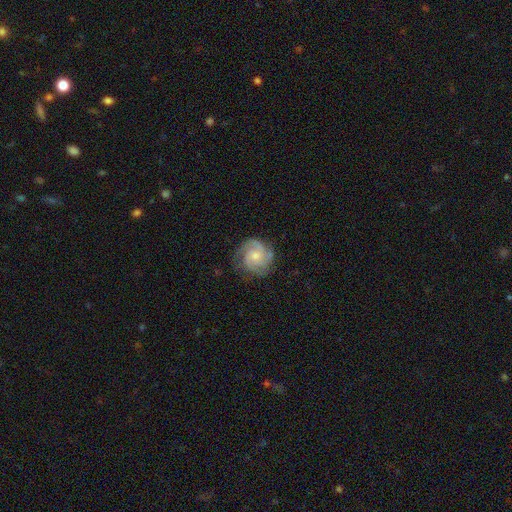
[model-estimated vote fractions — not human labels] smooth-or-featured: featured or disk: 84% | smooth: 11% | star or artifact: 5%
  disk-edge-on: no: 98% | yes: 2%
    bar: no: 71% | weak: 26% | strong: 3%
    has-spiral-arms: yes: 97% | no: 3%
      spiral-winding: tight: 54% | medium: 39% | loose: 7%
      spiral-arm-count: 3: 46% | 2: 28% | can't tell: 11% | 4: 7% | 1: 4% | more than 4: 4%
    bulge-size: small: 57% | moderate: 35% | none: 5% | large: 2% | dominant: 1%
  merging: none: 76% | minor disturbance: 17% | major disturbance: 6% | merger: 1%